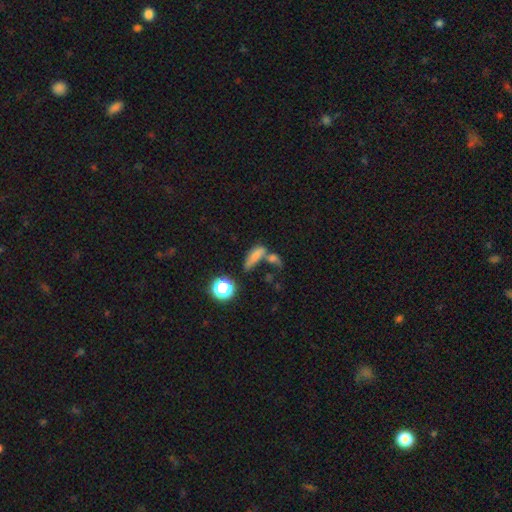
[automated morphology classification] Q: Smooth or featured?
A: smooth (65%); runner-up: star or artifact (18%)
Q: How rounded?
A: in between (52%); runner-up: cigar-shaped (37%)
Q: Merging?
A: merger (43%); runner-up: none (31%)